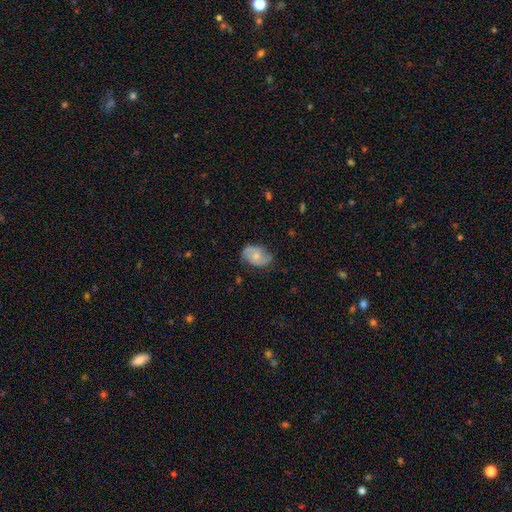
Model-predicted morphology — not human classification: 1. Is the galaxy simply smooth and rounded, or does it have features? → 52% featured or disk, 41% smooth, 7% star or artifact.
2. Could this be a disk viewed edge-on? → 96% no, 4% yes.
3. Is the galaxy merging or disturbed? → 67% none, 24% minor disturbance, 7% major disturbance, 1% merger.